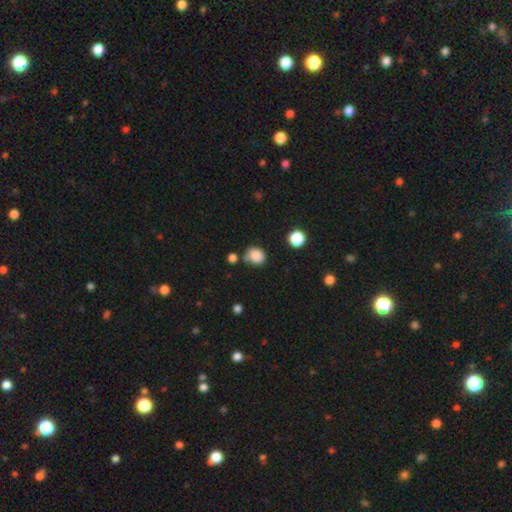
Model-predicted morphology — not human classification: Smooth or featured? Predicted: smooth (p=0.85). How rounded? Predicted: round (p=0.68). Merging? Predicted: none (p=0.66).